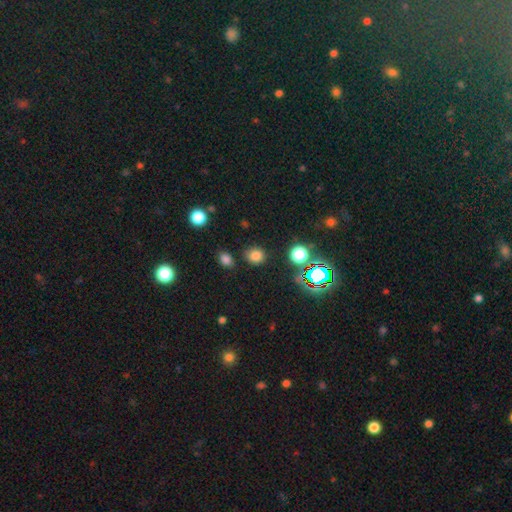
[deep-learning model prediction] smooth_or_featured: smooth (p=0.77) [alt: star or artifact p=0.17]
how_rounded: round (p=0.77) [alt: in between p=0.22]
merging: none (p=0.83) [alt: minor disturbance p=0.10]